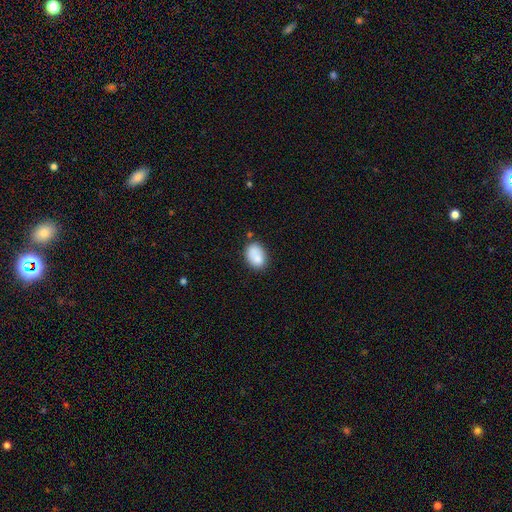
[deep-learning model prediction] This appears to be a smooth galaxy with no disk features (82%) that is in between round and cigar-shaped (75%). Merging: none (61%).